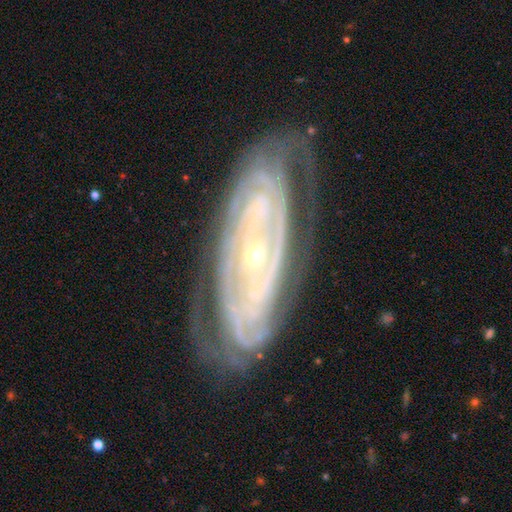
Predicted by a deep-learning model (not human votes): Smooth or featured? Predicted: featured or disk (p=0.88). Edge-on disk? Predicted: no (p=0.89). Bar? Predicted: no (p=0.65). Spiral arms? Predicted: yes (p=0.93). Spiral winding? Predicted: tight (p=0.80). Spiral arm count? Predicted: can't tell (p=0.39). Bulge size? Predicted: small (p=0.74). Merging? Predicted: none (p=0.75).